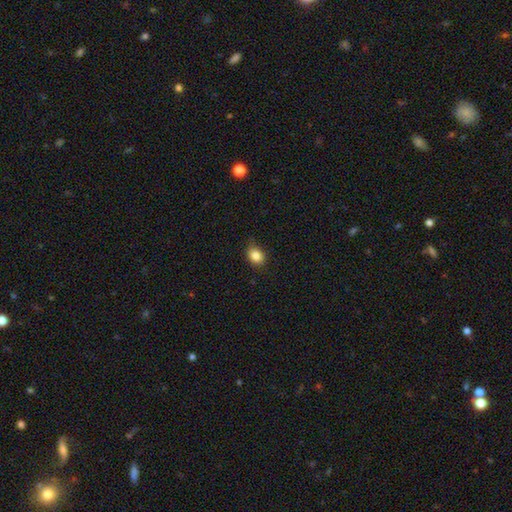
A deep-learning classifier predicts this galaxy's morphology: type=smooth (85%); roundness=in between (63%); merging=none (79%).